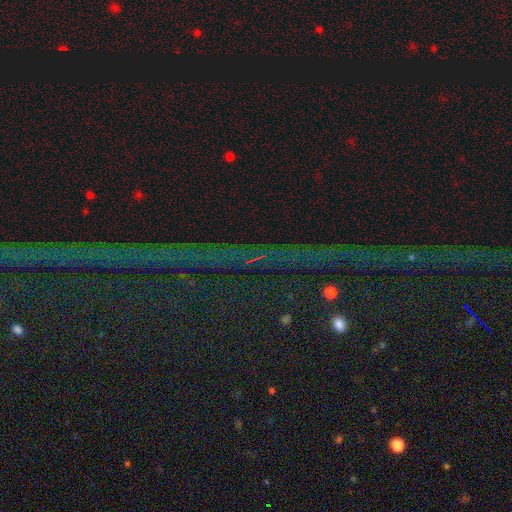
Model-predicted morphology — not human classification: Smooth or featured? Predicted: star or artifact (p=0.88).